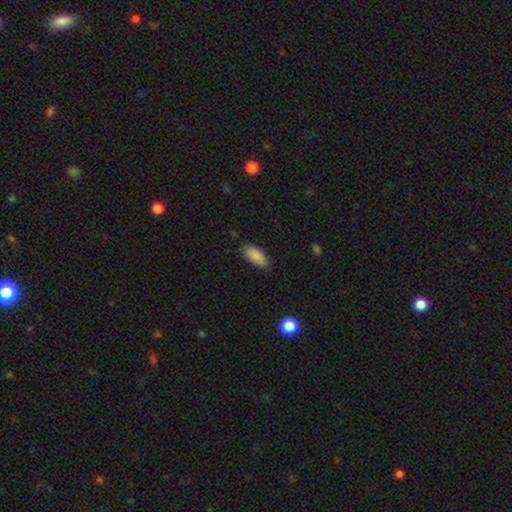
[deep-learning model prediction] Smooth or featured?
  - smooth: 88% *
  - star or artifact: 7%
  - featured or disk: 5%
How rounded?
  - in between: 85% *
  - cigar-shaped: 14%
  - round: 2%
Merging?
  - none: 81% *
  - minor disturbance: 15%
  - major disturbance: 3%
  - merger: 1%